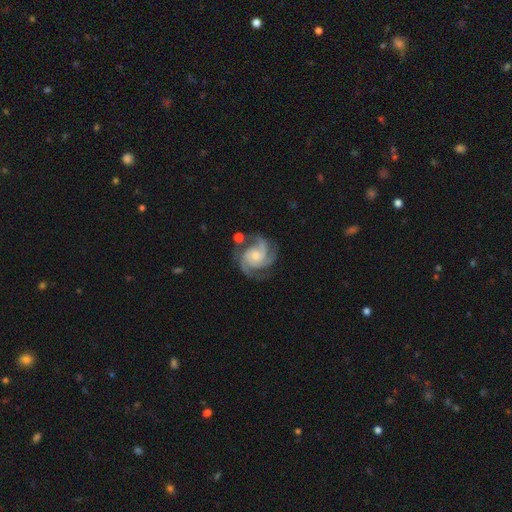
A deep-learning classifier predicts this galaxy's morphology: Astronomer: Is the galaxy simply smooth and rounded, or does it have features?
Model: featured or disk — 91%.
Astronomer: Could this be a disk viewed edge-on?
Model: no — 98%.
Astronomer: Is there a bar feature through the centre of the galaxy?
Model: no — 69%.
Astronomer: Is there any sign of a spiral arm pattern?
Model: yes — 98%.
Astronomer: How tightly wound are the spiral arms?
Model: tight — 47% (runner-up: medium, 46%).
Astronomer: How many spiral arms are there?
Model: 3 — 64%.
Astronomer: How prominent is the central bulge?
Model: small — 52% (runner-up: moderate, 37%).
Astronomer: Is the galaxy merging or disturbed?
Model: none — 71%.